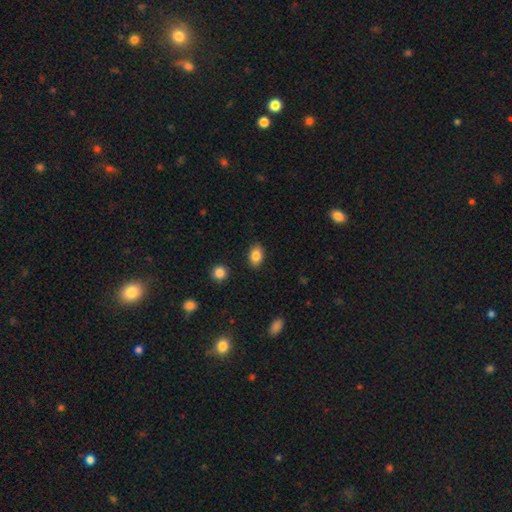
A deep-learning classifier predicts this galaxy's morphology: This is clearly a smooth galaxy (85%). How rounded: clearly in between (83%). Merging: clearly none (88%).